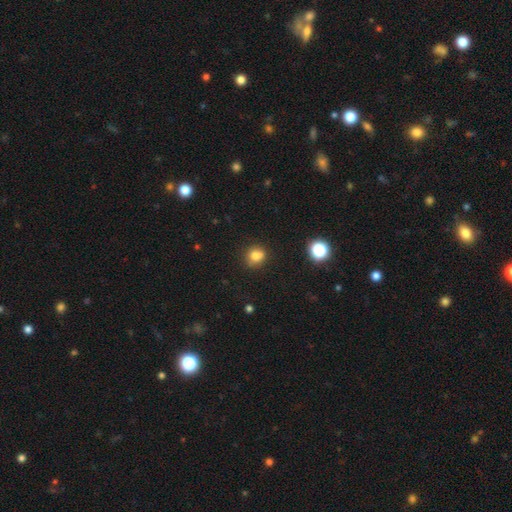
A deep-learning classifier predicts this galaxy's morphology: Smooth or featured: smooth — 76% (star or artifact — 14%)
How rounded: round — 74% (in between — 25%)
Merging: none — 64% (minor disturbance — 18%)